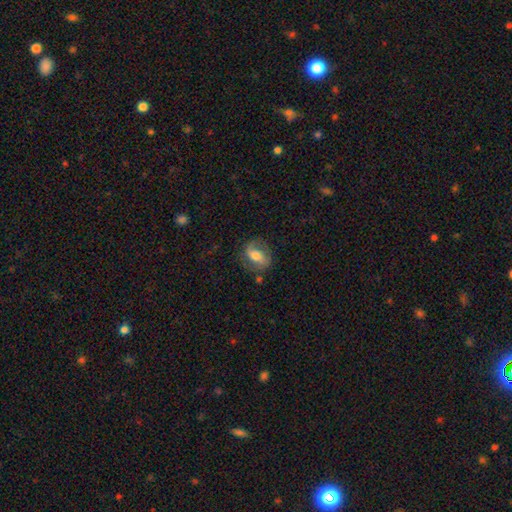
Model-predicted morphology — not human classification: smooth_or_featured: featured or disk (p=0.50) [alt: smooth p=0.43]
disk_edge_on: no (p=0.92) [alt: yes p=0.08]
merging: none (p=0.70) [alt: minor disturbance p=0.19]